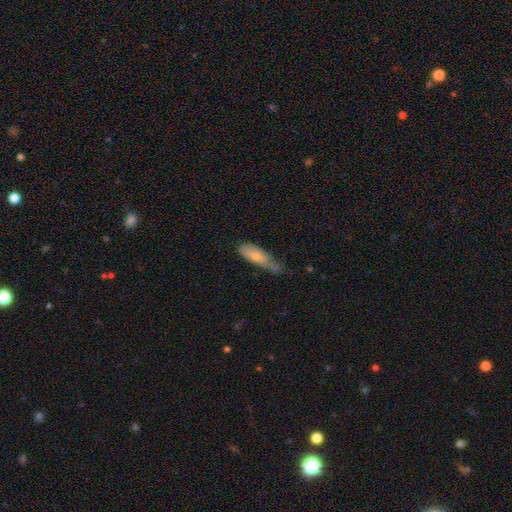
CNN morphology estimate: A smooth galaxy with no disk features (71%) that is in between round and cigar-shaped (64%). Merging: minor disturbance (44%).